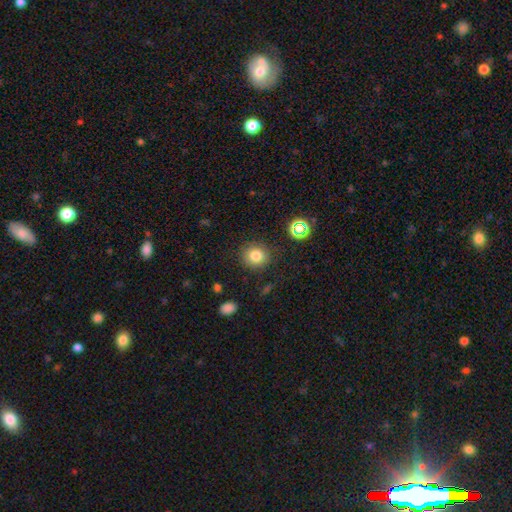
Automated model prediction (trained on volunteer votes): Overall: smooth (79%). How rounded: round (85%). Merging: none (87%).